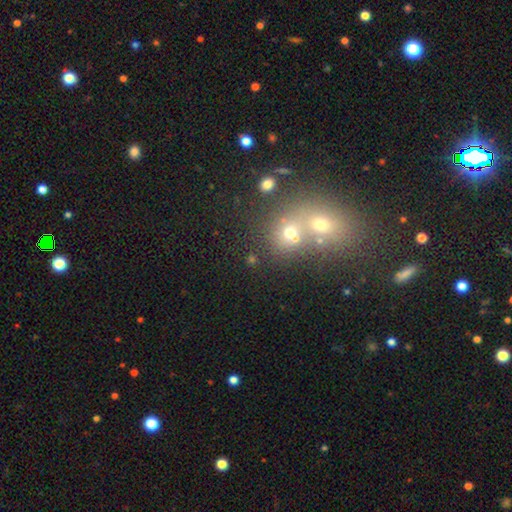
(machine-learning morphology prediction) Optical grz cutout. It shows a smooth galaxy with no disk features (49%). Merging: merger (56%).